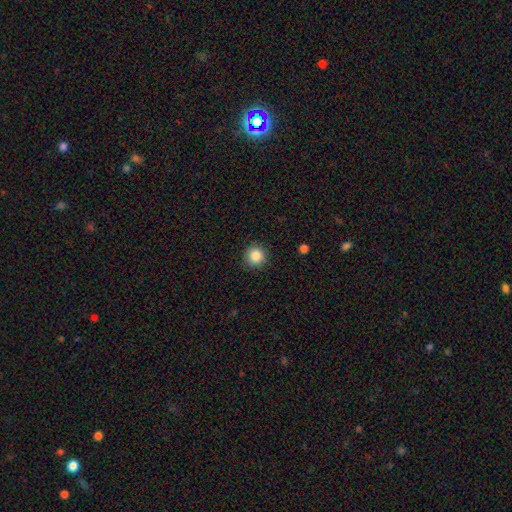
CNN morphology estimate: type=smooth (86%); roundness=round (94%); merging=none (90%).